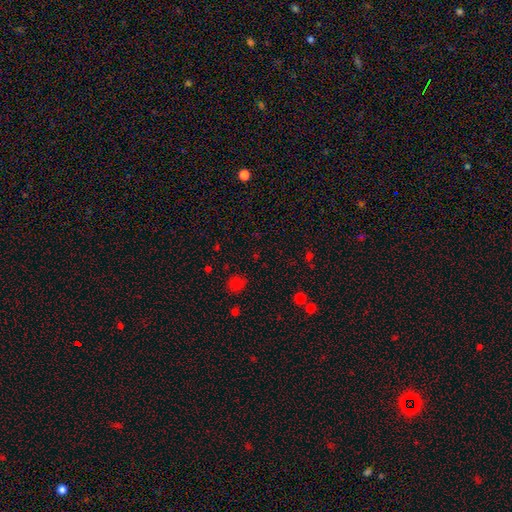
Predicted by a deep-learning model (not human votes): Overall: smooth (48%; star or artifact 45%). Merging: none (80%).